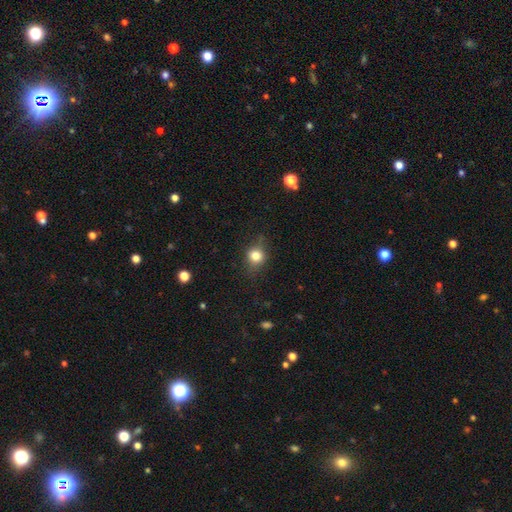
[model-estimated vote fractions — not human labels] Morphology: type=smooth (78%); roundness=round (75%); merging=none (76%).